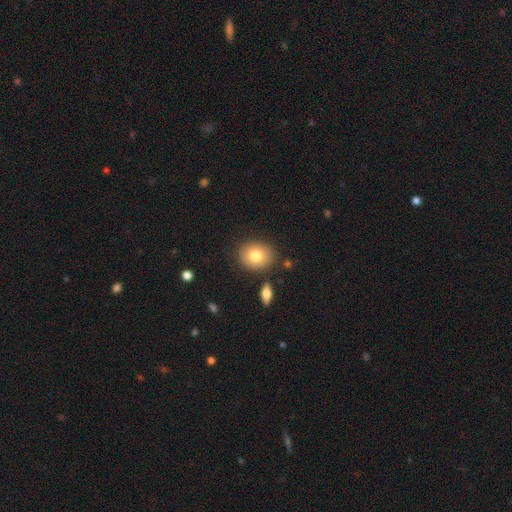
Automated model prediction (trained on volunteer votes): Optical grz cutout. It shows a smooth galaxy with no disk features (80%) that is round (61%). Merging: none (84%).